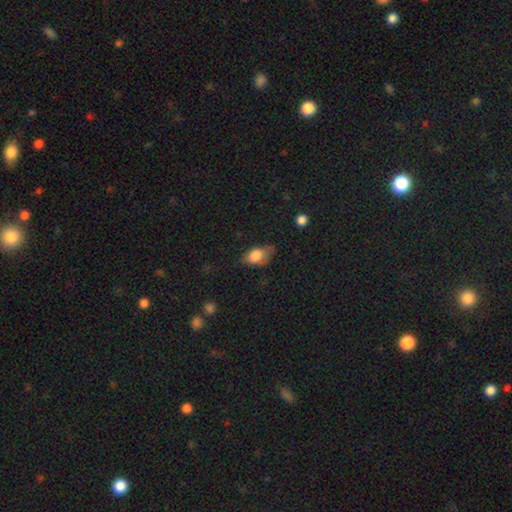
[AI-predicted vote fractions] Overall: smooth (79%). How rounded: in between (86%). Merging: none (46%; minor disturbance 37%).